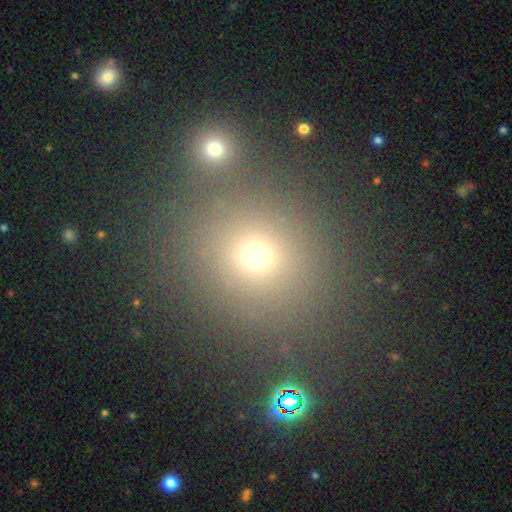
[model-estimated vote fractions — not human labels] A smooth galaxy with no disk features (64%) that is round (79%). Merging: none (75%).